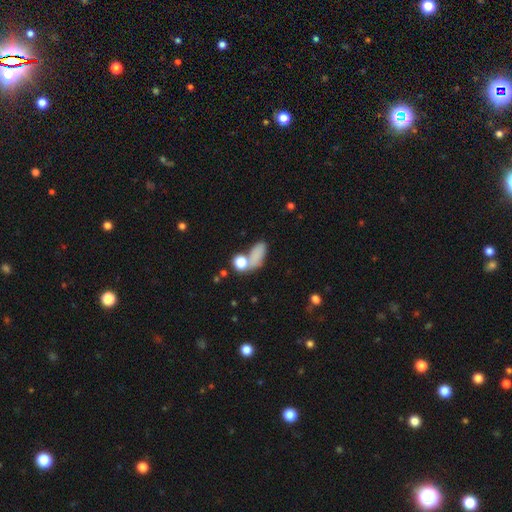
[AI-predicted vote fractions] smooth 79%, star or artifact 12%, featured or disk 9%. Down the decision tree: how rounded — in between (71%); merging — none (45%).